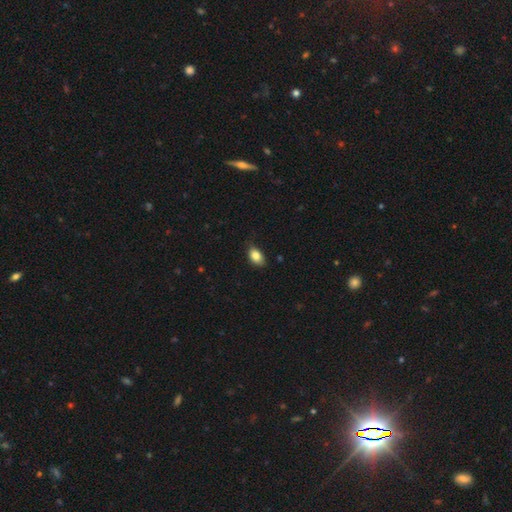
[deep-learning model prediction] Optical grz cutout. It shows a smooth galaxy with no disk features (85%) that is in between round and cigar-shaped (87%). Merging: none (75%).